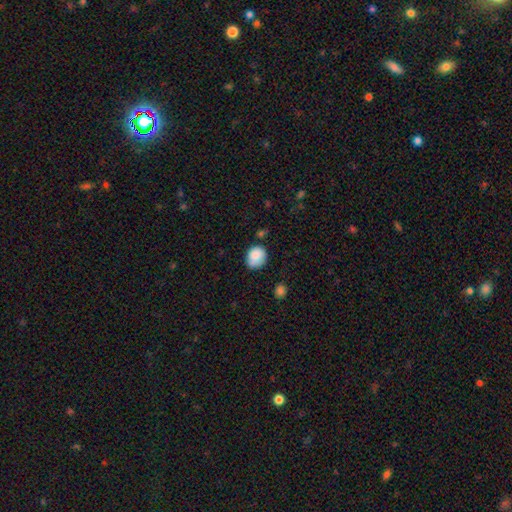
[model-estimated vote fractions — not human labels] Smooth or featured? Predicted: smooth (p=0.85). How rounded? Predicted: round (p=0.62). Merging? Predicted: none (p=0.60).